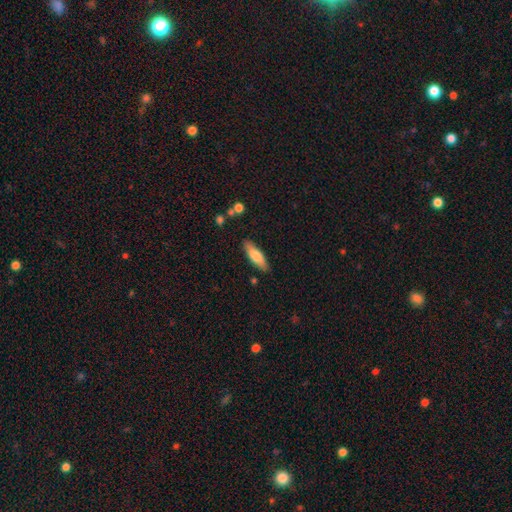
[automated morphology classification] smooth 71%, featured or disk 23%, star or artifact 6%. Down the decision tree: how rounded — cigar-shaped (52%); merging — none (85%).